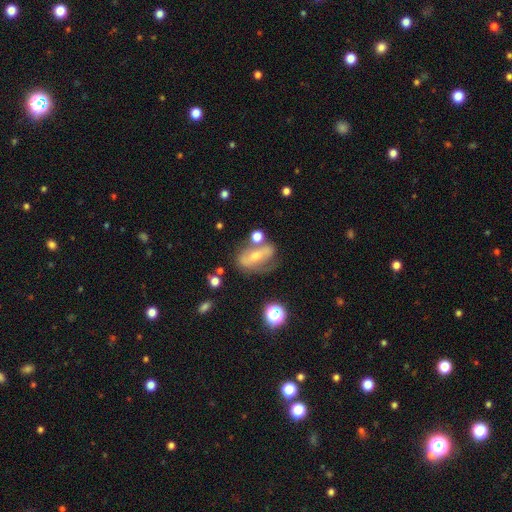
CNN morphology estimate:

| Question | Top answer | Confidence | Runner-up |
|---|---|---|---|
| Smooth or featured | featured or disk | 56% | smooth (33%) |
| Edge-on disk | no | 83% | yes (17%) |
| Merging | none | 50% | minor disturbance (22%) |